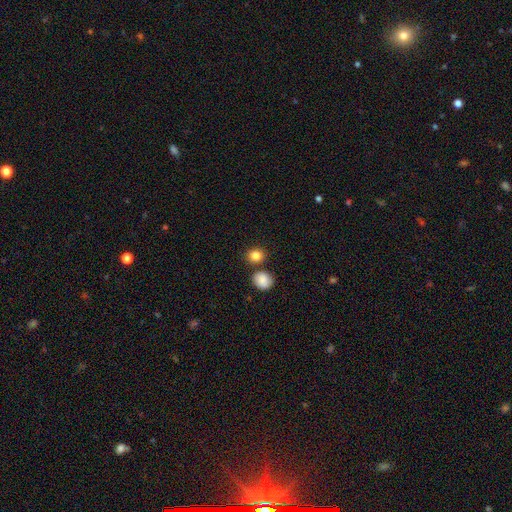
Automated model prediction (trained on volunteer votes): A smooth galaxy with no disk features (84%) that is round (77%).

Vote fractions:
- Smooth or featured? smooth: 84% / star or artifact: 10% / featured or disk: 5%
- How rounded? round: 77% / in between: 22% / cigar-shaped: 1%
- Merging? none: 74% / merger: 14% / minor disturbance: 10% / major disturbance: 3%